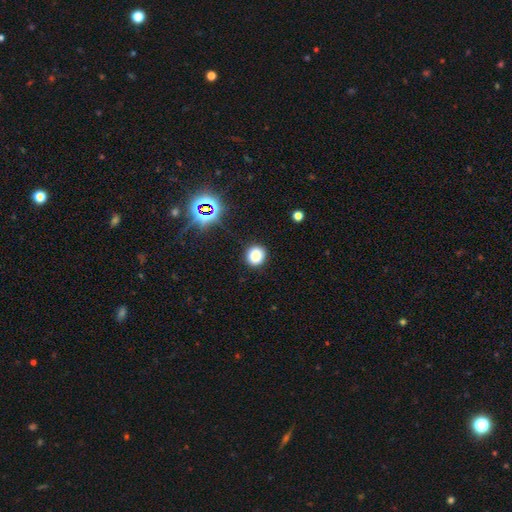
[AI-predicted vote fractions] This appears to be a smooth galaxy with no disk features (82%) that is round (89%). Merging: none (90%).